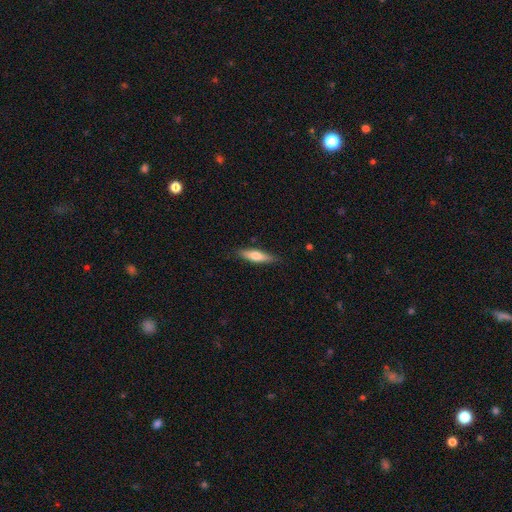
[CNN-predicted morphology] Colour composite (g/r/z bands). It shows a smooth galaxy with no disk features (62%) that is cigar-shaped (67%). Merging: none (85%).